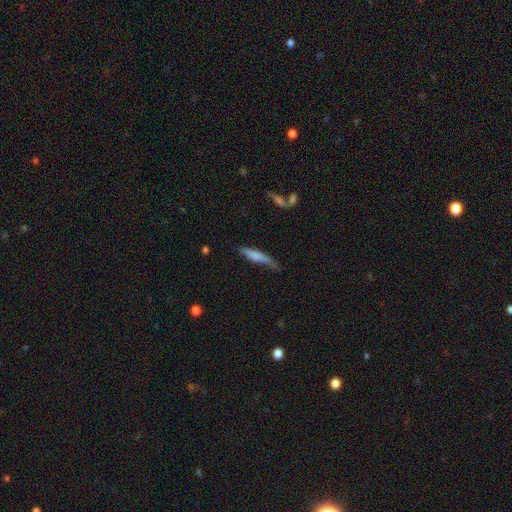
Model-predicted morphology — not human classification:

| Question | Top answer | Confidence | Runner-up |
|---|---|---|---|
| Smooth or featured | smooth | 69% | featured or disk (25%) |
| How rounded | cigar-shaped | 84% | in between (14%) |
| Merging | none | 49% | minor disturbance (35%) |